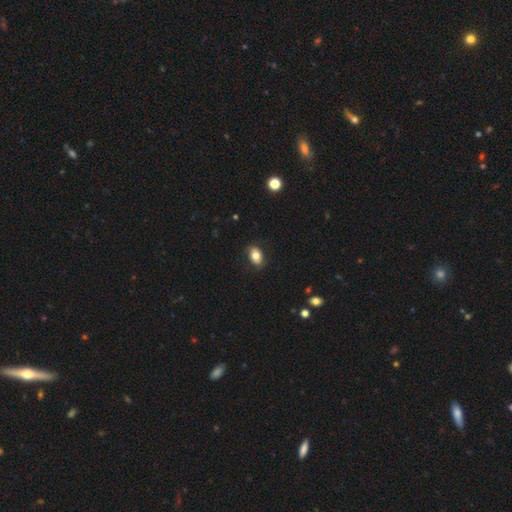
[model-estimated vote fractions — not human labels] This is likely a smooth galaxy (79%). How rounded: clearly in between (85%). Merging: clearly none (84%).